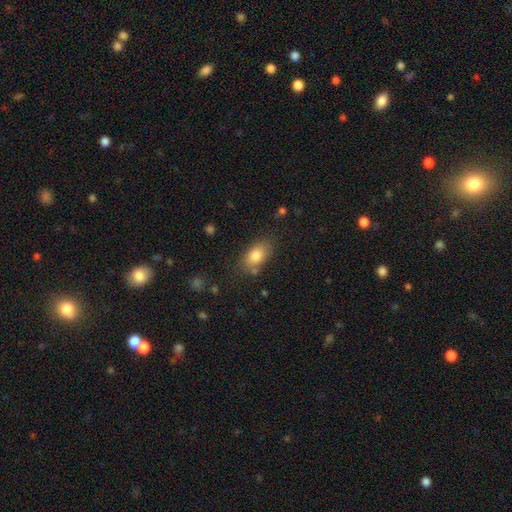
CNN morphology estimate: A smooth galaxy with no disk features (81%) that is in between round and cigar-shaped (87%). Merging: none (75%).